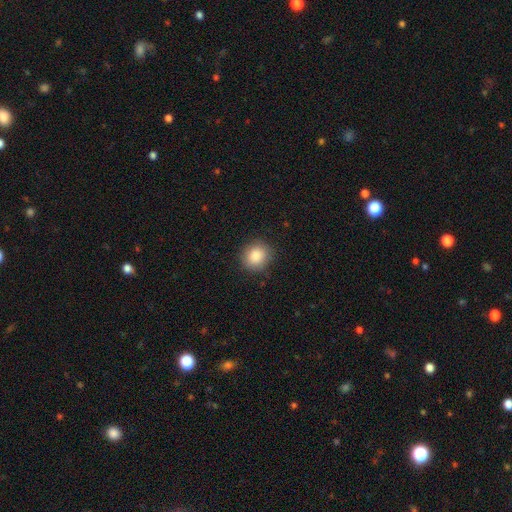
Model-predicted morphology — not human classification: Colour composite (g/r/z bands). It shows a smooth galaxy with no disk features (87%) that is round (82%). Merging: none (87%).